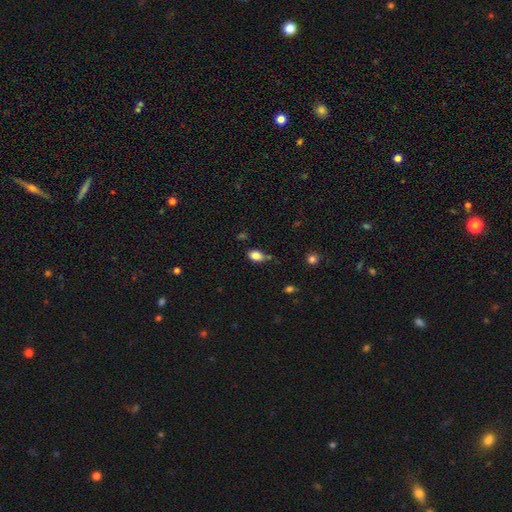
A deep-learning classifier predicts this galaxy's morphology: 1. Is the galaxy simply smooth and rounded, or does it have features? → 84% smooth, 10% star or artifact, 6% featured or disk.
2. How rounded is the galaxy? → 87% in between, 11% round, 2% cigar-shaped.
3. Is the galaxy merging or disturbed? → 67% none, 23% minor disturbance, 6% merger, 5% major disturbance.